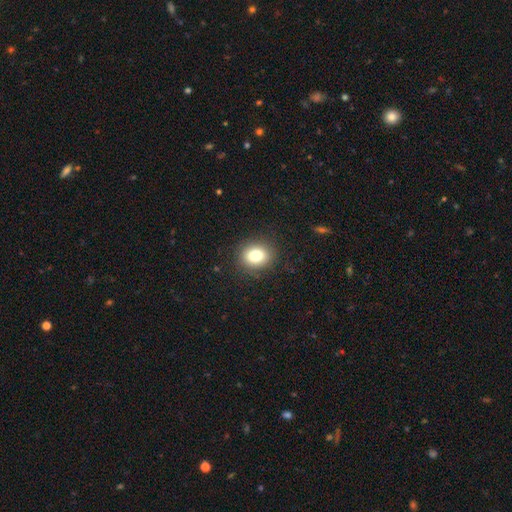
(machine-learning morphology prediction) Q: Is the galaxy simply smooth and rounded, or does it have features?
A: smooth — 81%.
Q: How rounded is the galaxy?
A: round — 60%.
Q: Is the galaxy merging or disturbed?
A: none — 88%.